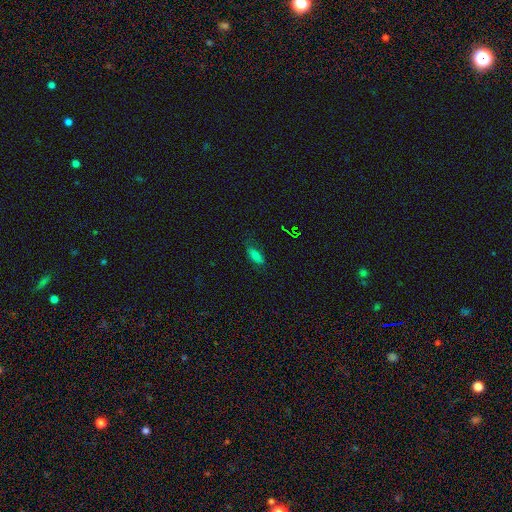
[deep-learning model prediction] Overall: smooth (68%). How rounded: in between (74%). Merging: none (74%).